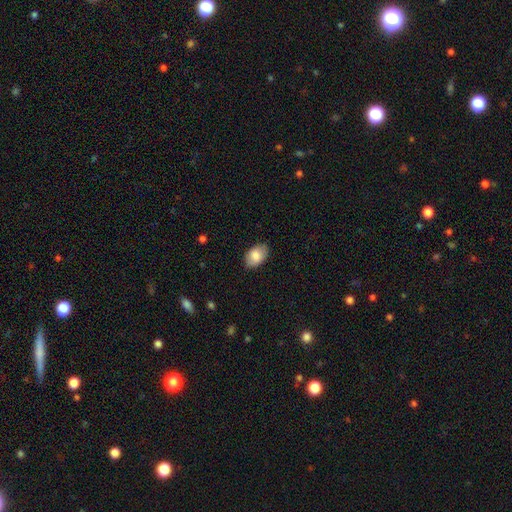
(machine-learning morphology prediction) smooth 82%, featured or disk 11%, star or artifact 6%. Down the decision tree: how rounded — in between (91%); merging — none (85%).